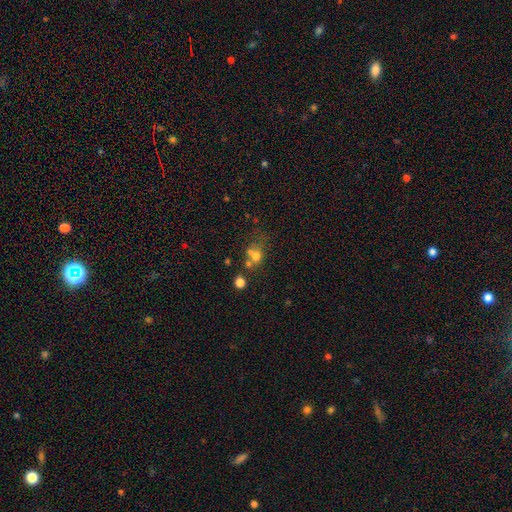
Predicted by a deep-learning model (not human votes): The model was most divided on "merging": merger: 43%, none: 37%, minor disturbance: 12%, major disturbance: 8%. More confident: how rounded — round (68%); smooth or featured — smooth (65%).